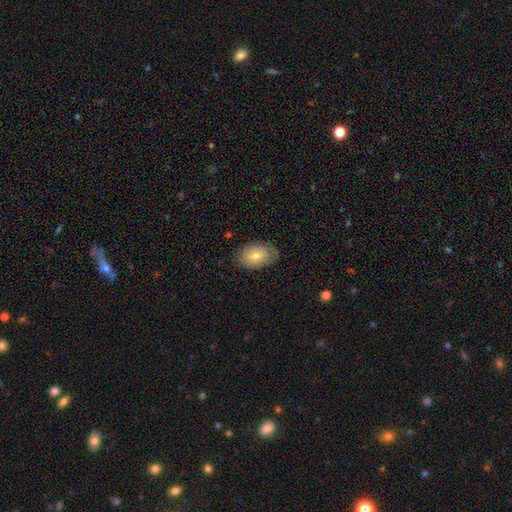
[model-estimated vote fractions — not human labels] Smooth or featured?
  - smooth: 74% *
  - featured or disk: 19%
  - star or artifact: 7%
How rounded?
  - in between: 89% *
  - round: 10%
  - cigar-shaped: 1%
Merging?
  - none: 78% *
  - minor disturbance: 17%
  - major disturbance: 4%
  - merger: 1%